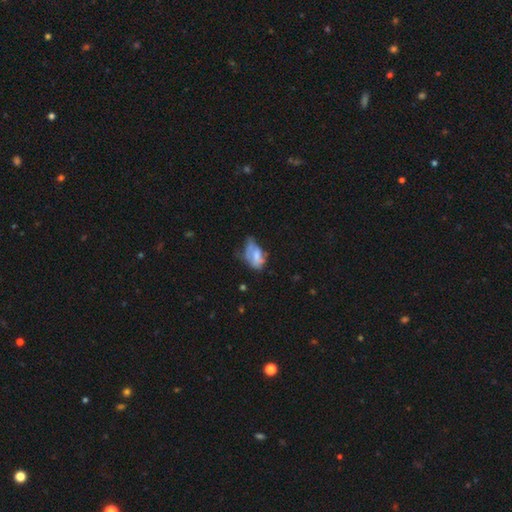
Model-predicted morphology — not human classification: smooth 55%, featured or disk 35%, star or artifact 11%. Down the decision tree: how rounded — in between (88%); merging — minor disturbance (34%).